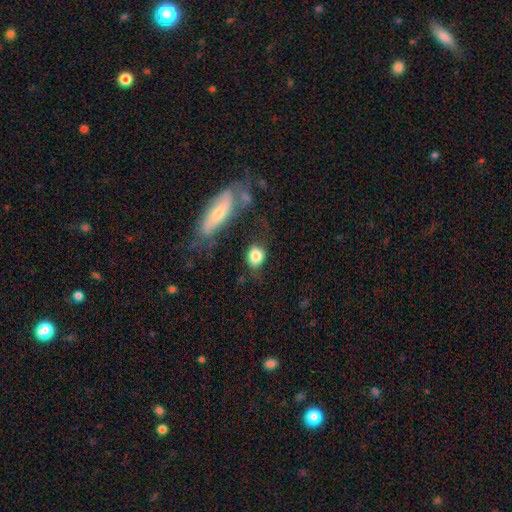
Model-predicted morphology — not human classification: Smooth or featured: smooth — 80% (featured or disk — 13%)
How rounded: round — 55% (in between — 42%)
Merging: none — 51% (minor disturbance — 23%)